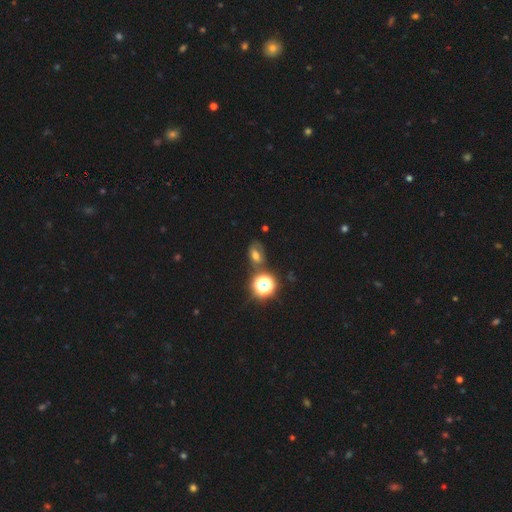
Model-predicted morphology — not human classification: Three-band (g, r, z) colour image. It shows a smooth galaxy with no disk features (49%). Merging: none (62%).